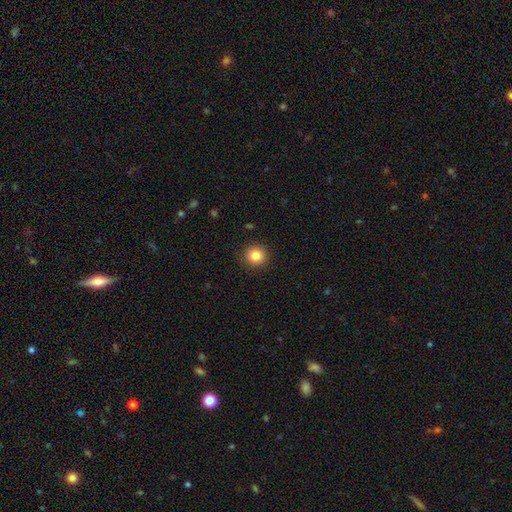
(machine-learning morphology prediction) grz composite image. It shows a smooth galaxy with no disk features (84%) that is round (93%). Merging: none (91%).